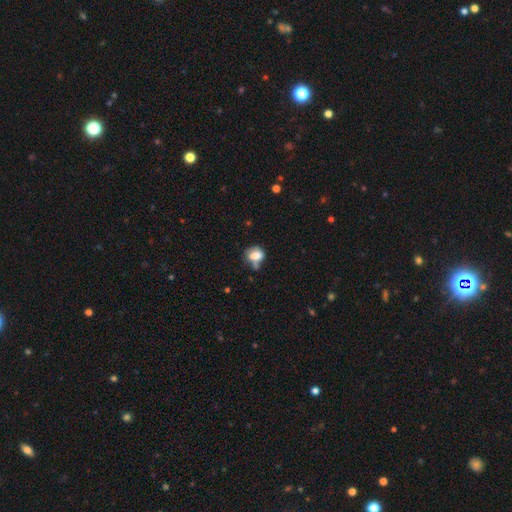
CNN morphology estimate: type=smooth (71%); roundness=in between (60%); merging=none (40%).